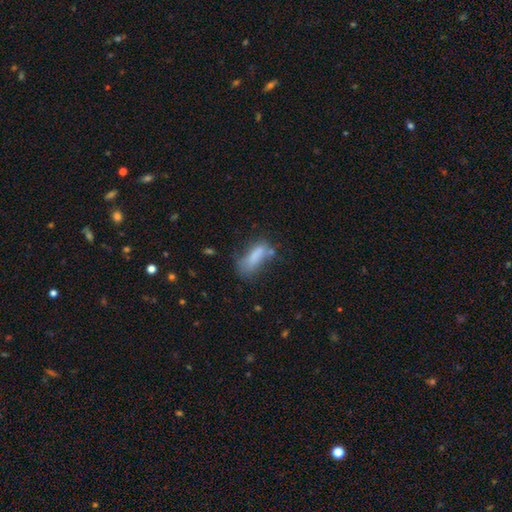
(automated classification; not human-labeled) Overall: smooth (73%). How rounded: in between (64%; cigar-shaped 34%). Merging: none (41%; minor disturbance 27%).